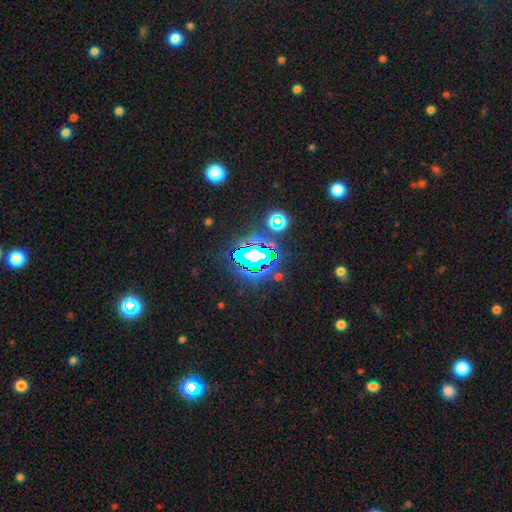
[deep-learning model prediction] Overall: star or artifact (76%).